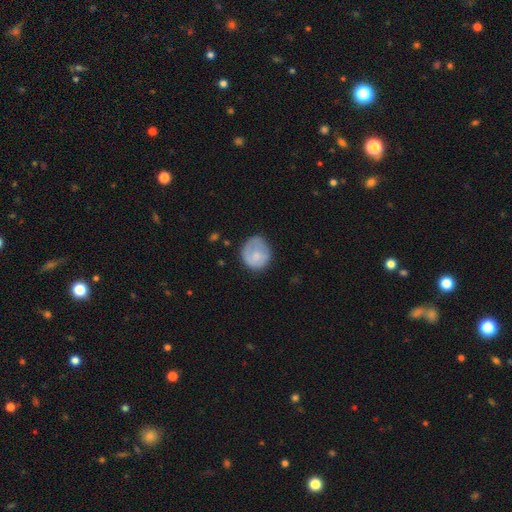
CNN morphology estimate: Smooth or featured? smooth (66%)
How rounded? round (78%)
Merging? none (56%)